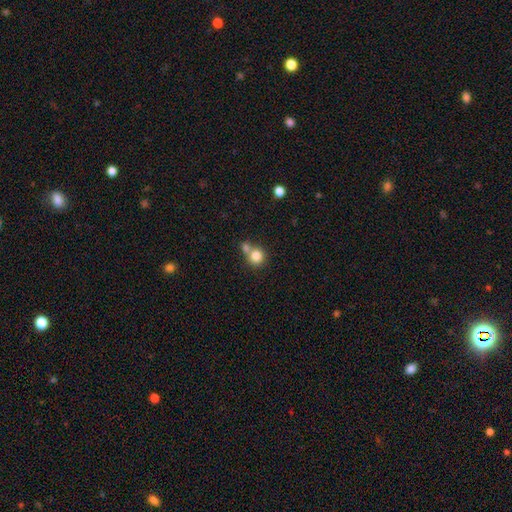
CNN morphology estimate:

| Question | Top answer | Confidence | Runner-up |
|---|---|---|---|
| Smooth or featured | smooth | 82% | star or artifact (10%) |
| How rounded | round | 89% | in between (10%) |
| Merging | none | 47% | merger (43%) |